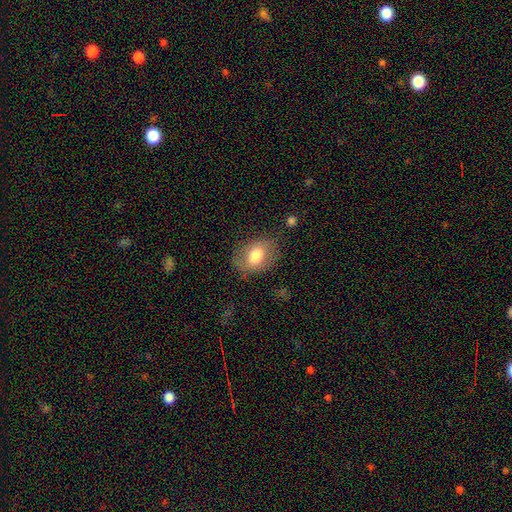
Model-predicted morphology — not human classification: Smooth or featured: smooth — 69% (featured or disk — 23%)
How rounded: in between — 75% (round — 24%)
Merging: none — 72% (minor disturbance — 20%)